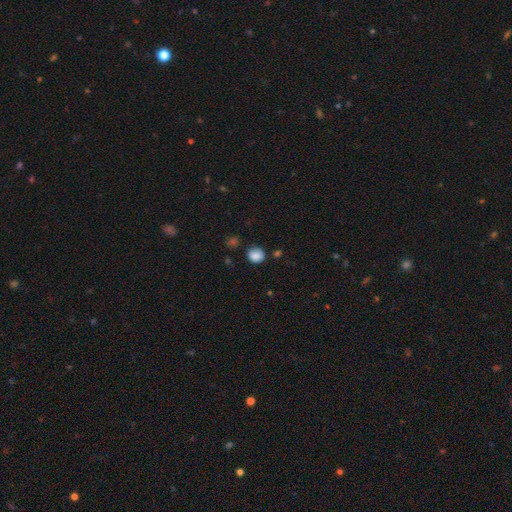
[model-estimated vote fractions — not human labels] Overall: smooth (86%). How rounded: round (76%). Merging: none (76%).